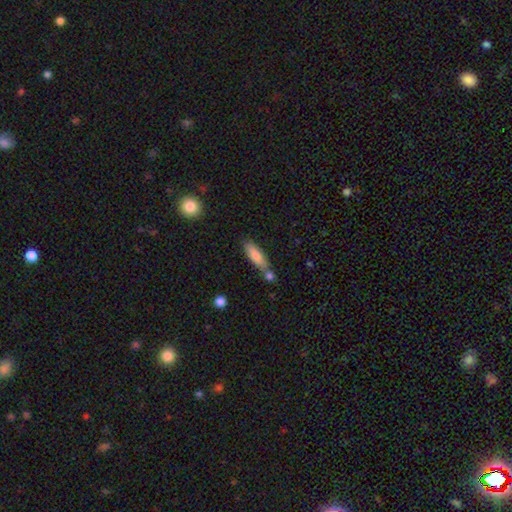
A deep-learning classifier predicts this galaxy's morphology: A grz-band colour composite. It shows a smooth galaxy with no disk features (78%) that is cigar-shaped (61%). Merging: none (58%).